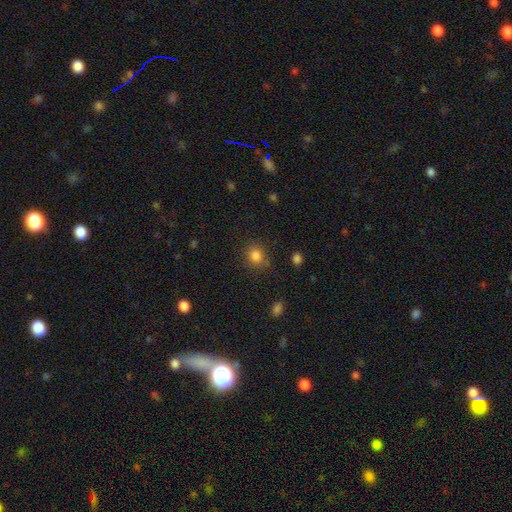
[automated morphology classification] Smooth or featured: smooth — 83% (star or artifact — 12%)
How rounded: round — 77% (in between — 22%)
Merging: none — 81% (minor disturbance — 12%)